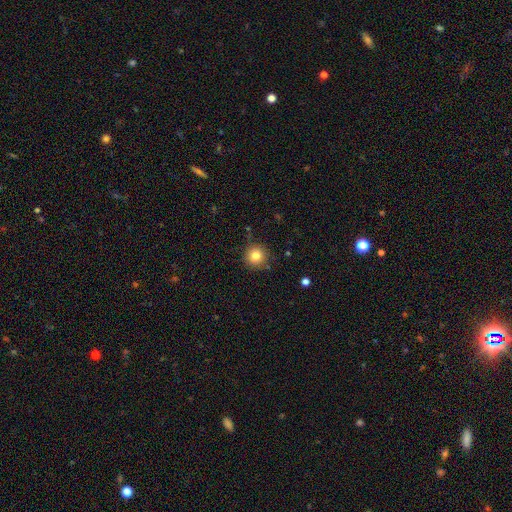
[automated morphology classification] smooth 82%, star or artifact 11%, featured or disk 7%. Down the decision tree: how rounded — round (94%); merging — none (85%).